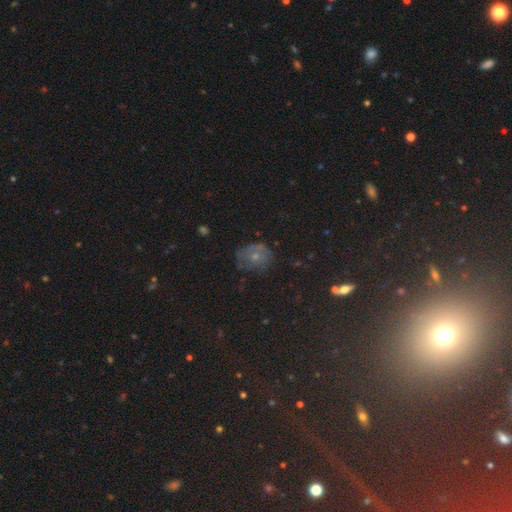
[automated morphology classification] This is marginally a smooth galaxy (43%). Merging: possibly none (57%).